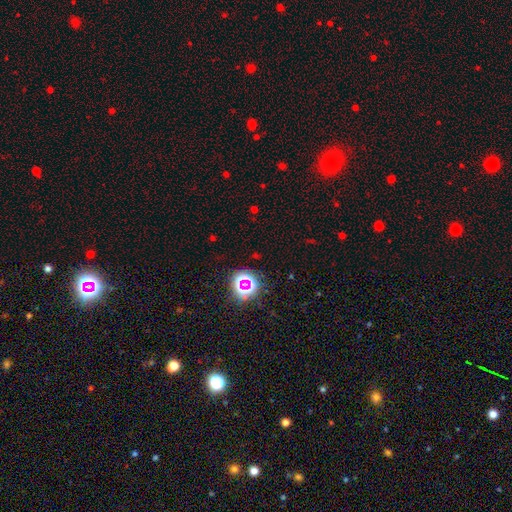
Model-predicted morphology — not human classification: Smooth or featured?
  - star or artifact: 64% *
  - smooth: 27%
  - featured or disk: 9%